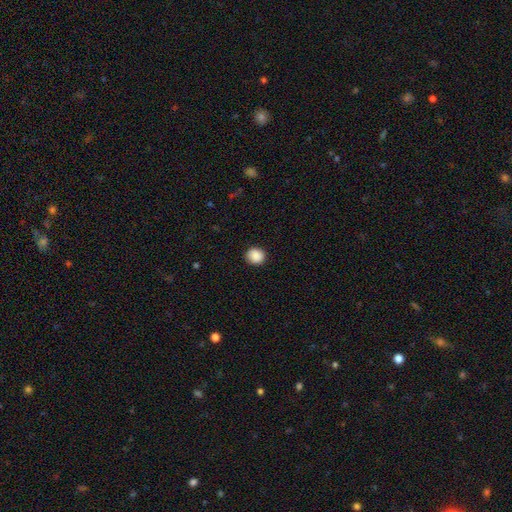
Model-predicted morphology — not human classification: type=smooth (89%); roundness=round (82%); merging=none (90%).